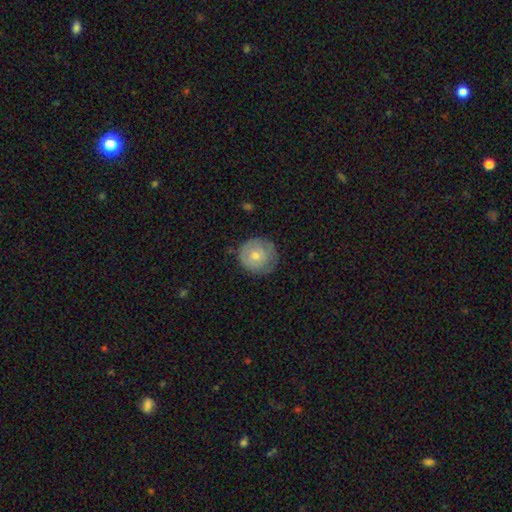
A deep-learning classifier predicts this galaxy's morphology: This is likely a smooth galaxy (65%). How rounded: clearly round (92%). Merging: likely none (72%).